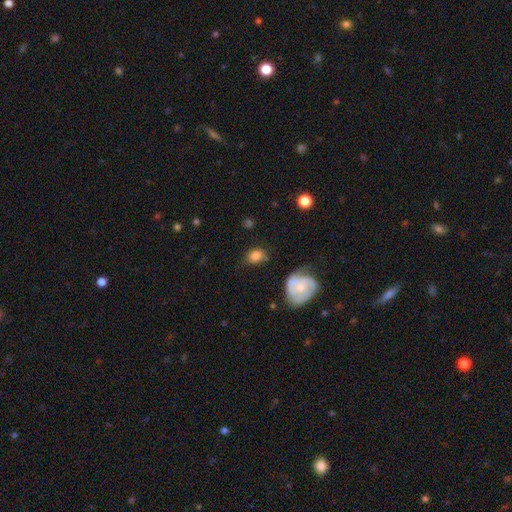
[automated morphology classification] Smooth or featured: smooth — 77% (featured or disk — 14%)
How rounded: in between — 51% (round — 47%)
Merging: none — 61% (minor disturbance — 24%)